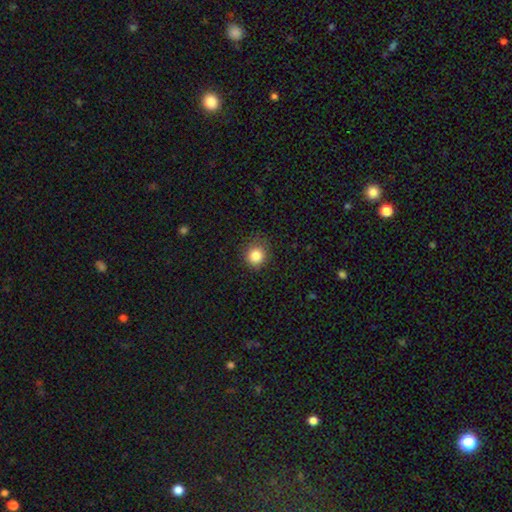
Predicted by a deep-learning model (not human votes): Smooth or featured?
  - smooth: 84% *
  - star or artifact: 11%
  - featured or disk: 5%
How rounded?
  - round: 89% *
  - in between: 10%
  - cigar-shaped: 1%
Merging?
  - none: 83% *
  - minor disturbance: 13%
  - major disturbance: 4%
  - merger: 1%